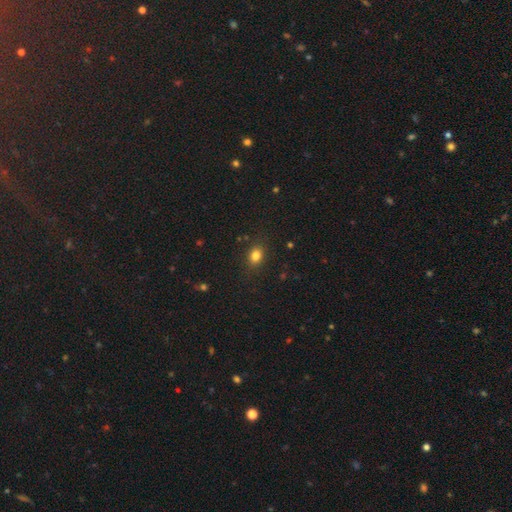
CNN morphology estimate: A smooth galaxy with no disk features (81%) that is in between round and cigar-shaped (59%).

Vote fractions:
- Smooth or featured? smooth: 81% / star or artifact: 13% / featured or disk: 7%
- How rounded? in between: 59% / round: 39% / cigar-shaped: 1%
- Merging? none: 84% / minor disturbance: 11% / major disturbance: 3% / merger: 1%